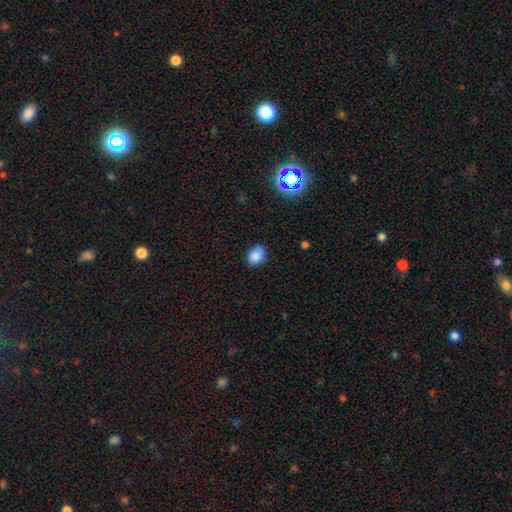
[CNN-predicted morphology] This is clearly a smooth galaxy (85%). How rounded: possibly in between (58%). Merging: likely none (79%).